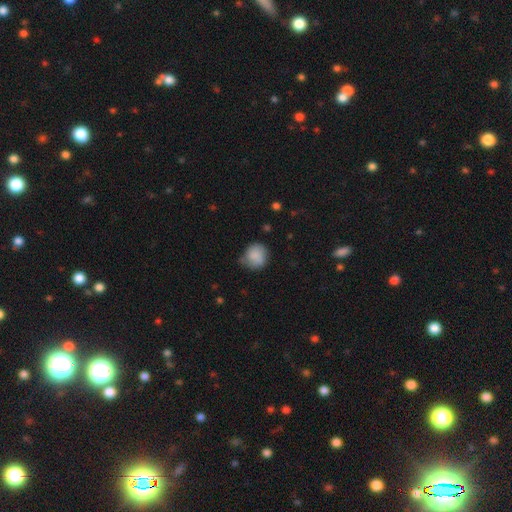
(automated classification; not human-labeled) Overall: smooth (85%). How rounded: round (83%). Merging: none (60%; minor disturbance 31%).